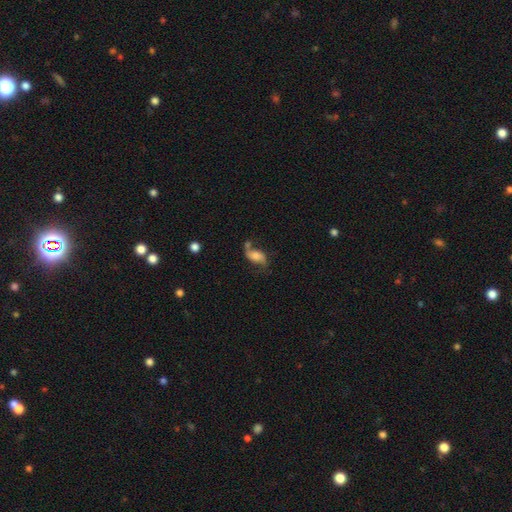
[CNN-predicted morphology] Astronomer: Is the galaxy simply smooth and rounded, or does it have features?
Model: featured or disk — 54% (runner-up: smooth, 37%).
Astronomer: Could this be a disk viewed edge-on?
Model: no — 93%.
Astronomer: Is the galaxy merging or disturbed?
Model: none — 48%.